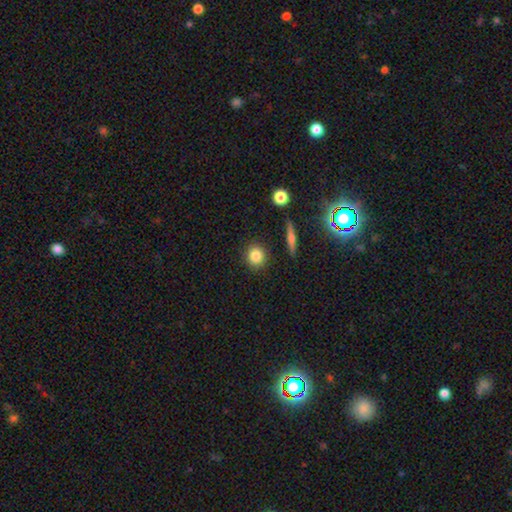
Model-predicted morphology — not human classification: Overall: smooth (83%). How rounded: round (80%). Merging: none (88%).